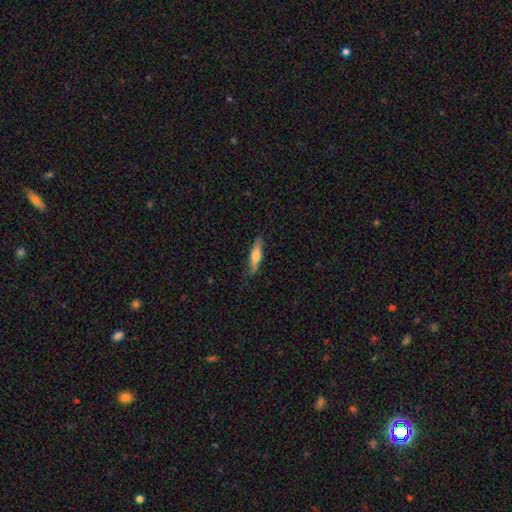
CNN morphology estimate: This is likely a smooth galaxy (64%). How rounded: likely cigar-shaped (70%). Merging: likely none (79%).